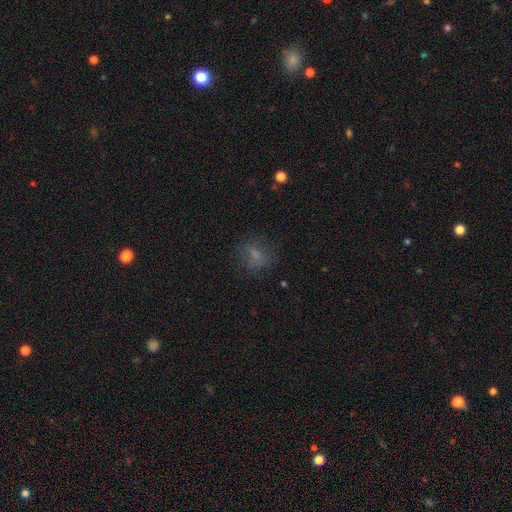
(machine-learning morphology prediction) A smooth galaxy with no disk features (66%) that is round (58%).

Vote fractions:
- Smooth or featured? smooth: 66% / star or artifact: 18% / featured or disk: 17%
- How rounded? round: 58% / in between: 40% / cigar-shaped: 2%
- Merging? none: 66% / minor disturbance: 18% / major disturbance: 13% / merger: 2%